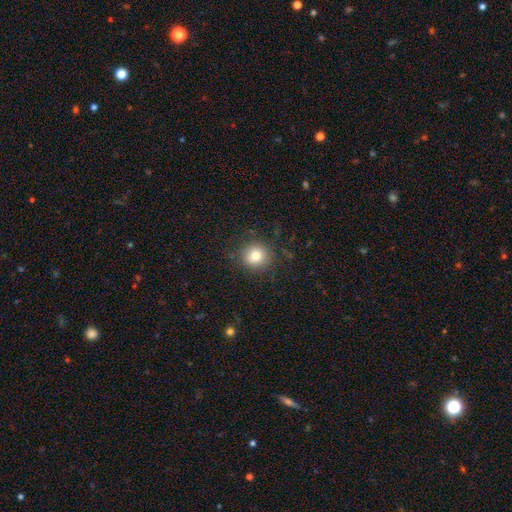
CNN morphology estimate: smooth-or-featured: smooth: 79% | star or artifact: 12% | featured or disk: 9%
  how-rounded: round: 92% | in between: 7% | cigar-shaped: 1%
  merging: none: 88% | minor disturbance: 8% | major disturbance: 3% | merger: 1%